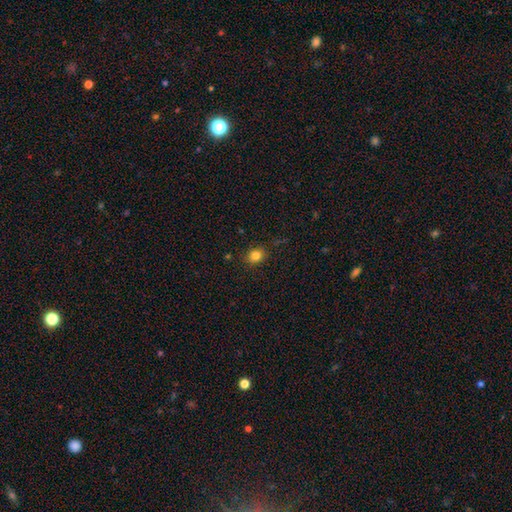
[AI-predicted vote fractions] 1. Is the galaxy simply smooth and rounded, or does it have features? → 81% smooth, 13% star or artifact, 6% featured or disk.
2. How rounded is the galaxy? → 63% round, 36% in between, 1% cigar-shaped.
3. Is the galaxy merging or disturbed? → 86% none, 10% minor disturbance, 2% major disturbance, 1% merger.